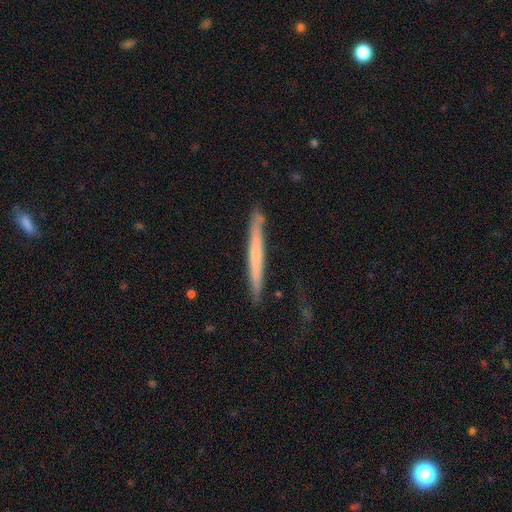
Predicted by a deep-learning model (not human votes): A smooth galaxy with no disk features (49%). Merging: none (83%).